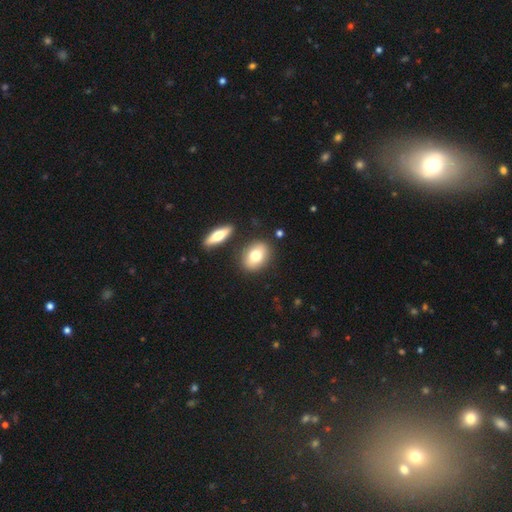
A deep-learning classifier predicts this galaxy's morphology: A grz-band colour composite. It shows a smooth galaxy with no disk features (73%) that is in between round and cigar-shaped (73%). Merging: none (81%).